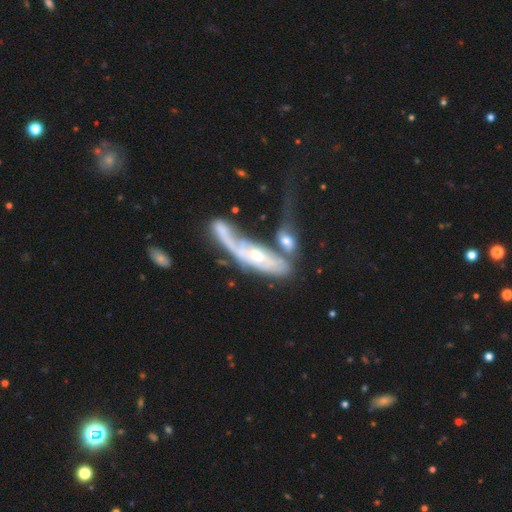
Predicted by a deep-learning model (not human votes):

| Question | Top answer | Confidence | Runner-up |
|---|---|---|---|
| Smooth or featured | featured or disk | 69% | smooth (23%) |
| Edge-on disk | no | 61% | yes (39%) |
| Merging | merger | 51% | major disturbance (21%) |